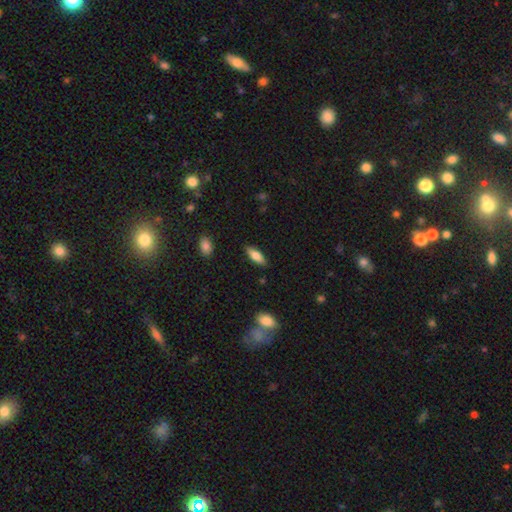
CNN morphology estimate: A smooth galaxy with no disk features (77%) that is in between round and cigar-shaped (68%). Merging: none (86%).